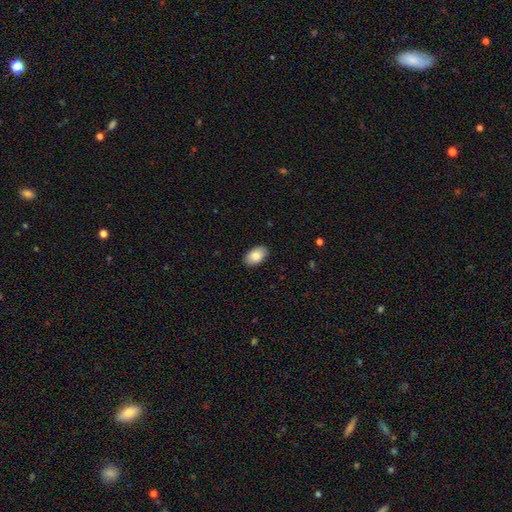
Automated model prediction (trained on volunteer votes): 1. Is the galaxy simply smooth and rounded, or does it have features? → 86% smooth, 8% featured or disk, 6% star or artifact.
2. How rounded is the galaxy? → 93% in between, 5% round, 1% cigar-shaped.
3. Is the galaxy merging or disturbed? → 89% none, 8% minor disturbance, 2% major disturbance, 1% merger.